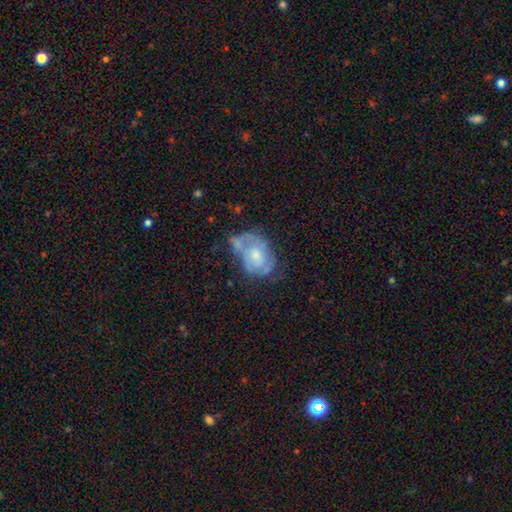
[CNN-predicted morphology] smooth_or_featured: featured or disk (p=0.57) [alt: smooth p=0.36]
disk_edge_on: no (p=0.96) [alt: yes p=0.04]
bar: no (p=0.80) [alt: weak p=0.17]
has_spiral_arms: no (p=0.52) [alt: yes p=0.48]
bulge_size: moderate (p=0.46) [alt: small p=0.41]
merging: none (p=0.34) [alt: minor disturbance p=0.30]